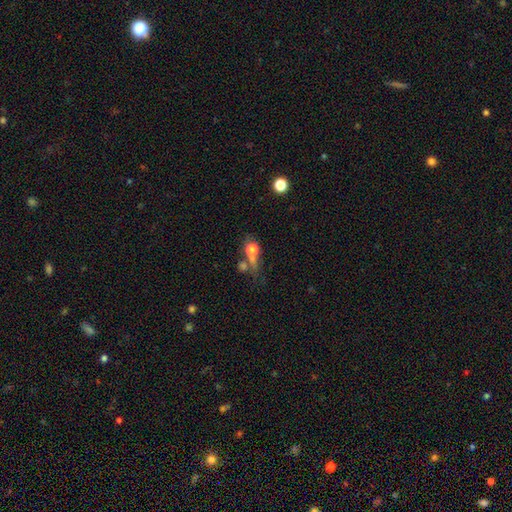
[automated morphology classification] smooth_or_featured: smooth (p=0.54) [alt: featured or disk p=0.24]
how_rounded: round (p=0.61) [alt: in between p=0.29]
merging: none (p=0.42) [alt: merger p=0.33]